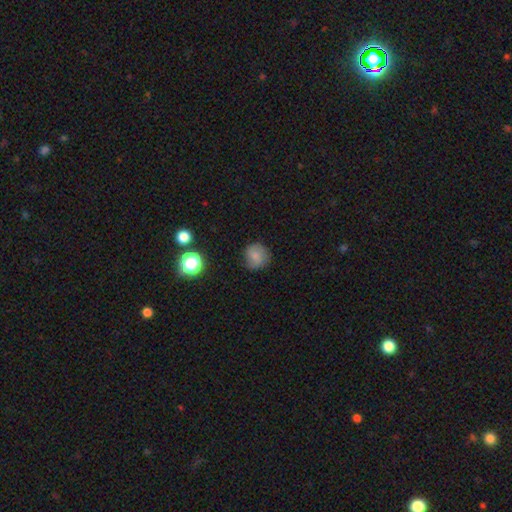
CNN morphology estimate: This appears to be a smooth galaxy with no disk features (73%) that is round (89%). Merging: none (75%).